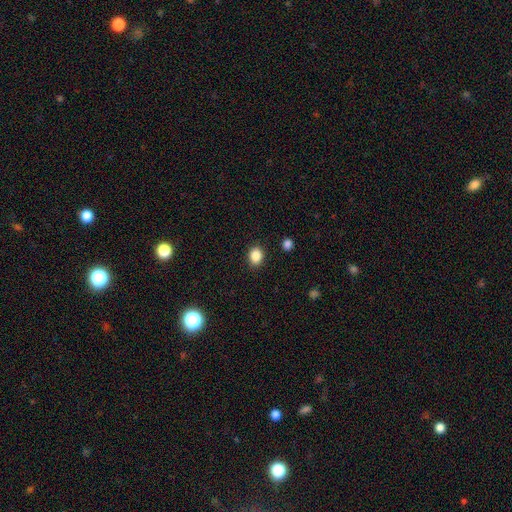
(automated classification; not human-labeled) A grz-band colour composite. It shows a smooth galaxy with no disk features (87%) that is round (51%). Merging: none (89%).